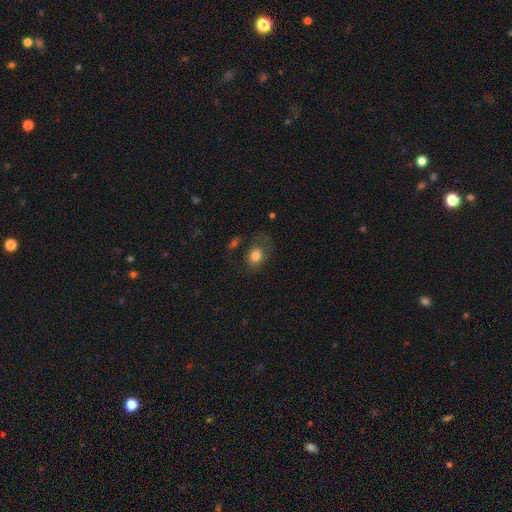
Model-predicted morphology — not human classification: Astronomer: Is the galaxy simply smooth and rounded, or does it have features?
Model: smooth — 77%.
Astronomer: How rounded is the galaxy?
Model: in between — 62% (runner-up: round, 37%).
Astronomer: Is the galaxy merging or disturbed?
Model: none — 50%.